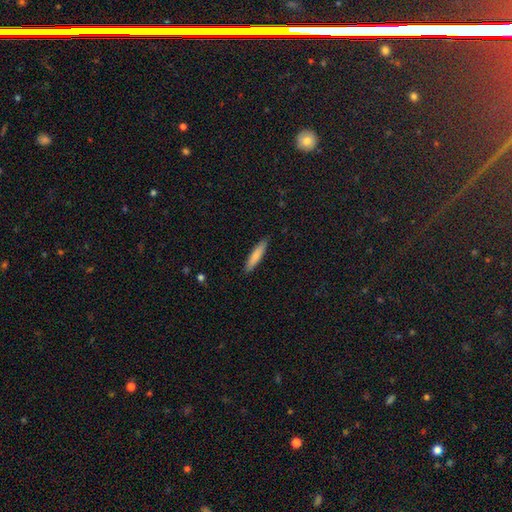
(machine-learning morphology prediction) A smooth galaxy with no disk features (79%) that is cigar-shaped (86%). Merging: none (89%).